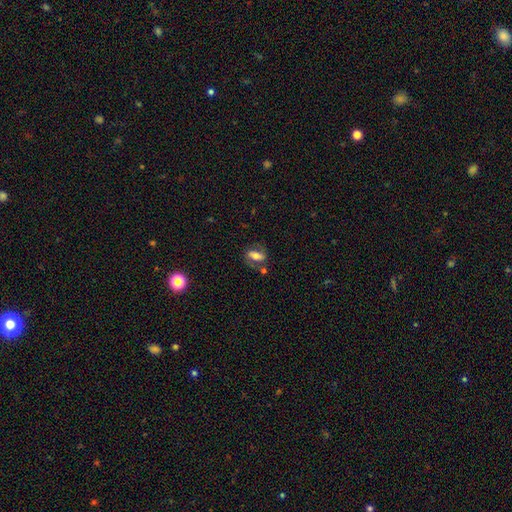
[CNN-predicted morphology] type=featured or disk (48%); merging=none (61%).